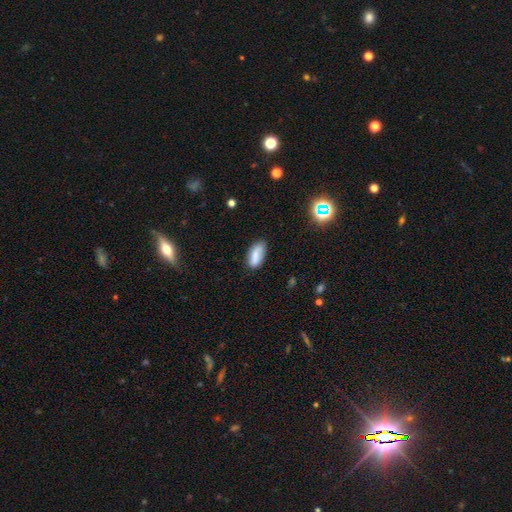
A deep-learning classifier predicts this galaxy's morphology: This is likely a smooth galaxy (74%). How rounded: clearly in between (87%). Merging: likely none (72%).